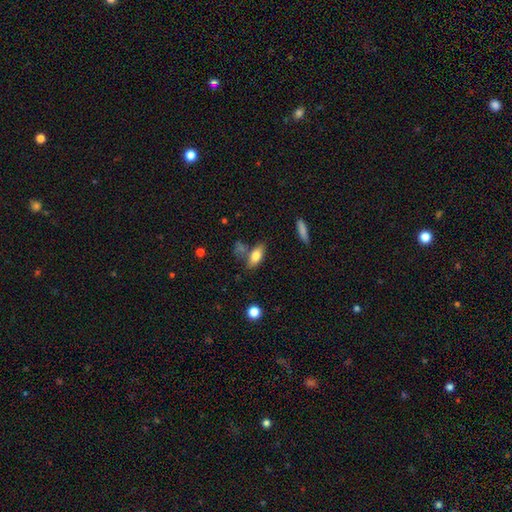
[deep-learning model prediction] Smooth or featured? smooth (74%)
How rounded? in between (77%)
Merging? none (64%)